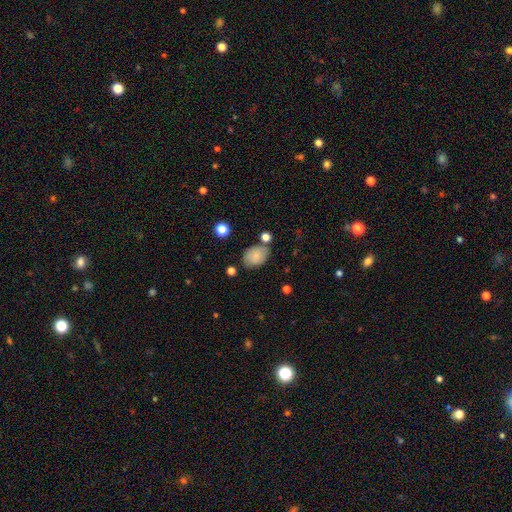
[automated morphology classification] smooth_or_featured: smooth (p=0.80) [alt: featured or disk p=0.11]
how_rounded: in between (p=0.75) [alt: round p=0.24]
merging: none (p=0.70) [alt: minor disturbance p=0.18]